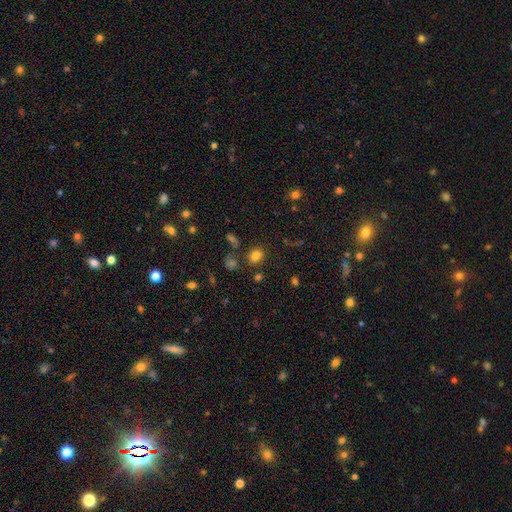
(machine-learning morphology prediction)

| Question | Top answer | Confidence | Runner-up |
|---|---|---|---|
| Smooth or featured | smooth | 79% | star or artifact (14%) |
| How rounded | round | 64% | in between (35%) |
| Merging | none | 82% | minor disturbance (9%) |